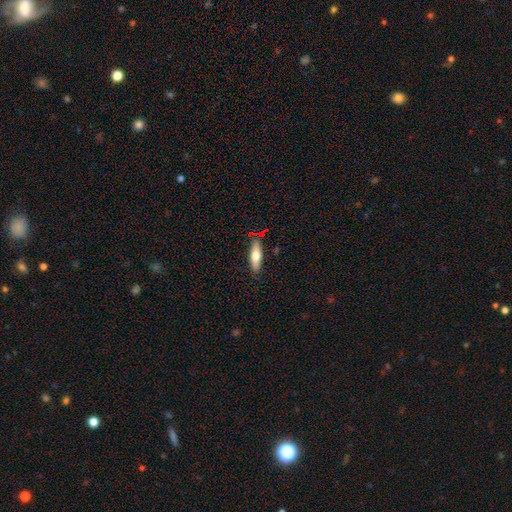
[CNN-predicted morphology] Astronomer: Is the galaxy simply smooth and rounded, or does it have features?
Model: smooth — 65%.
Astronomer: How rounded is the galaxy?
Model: cigar-shaped — 54% (runner-up: in between, 44%).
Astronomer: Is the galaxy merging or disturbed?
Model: none — 82%.